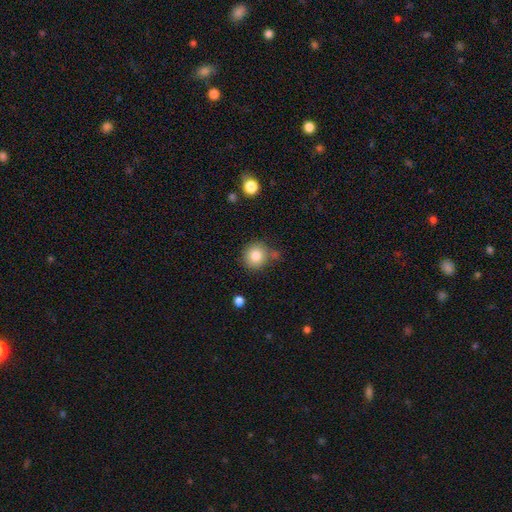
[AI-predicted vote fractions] Overall: smooth (83%). How rounded: round (90%). Merging: none (72%).